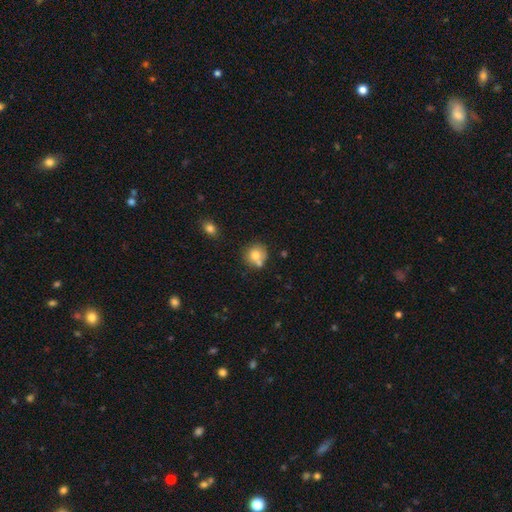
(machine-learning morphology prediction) type=smooth (75%); roundness=round (89%); merging=none (61%).